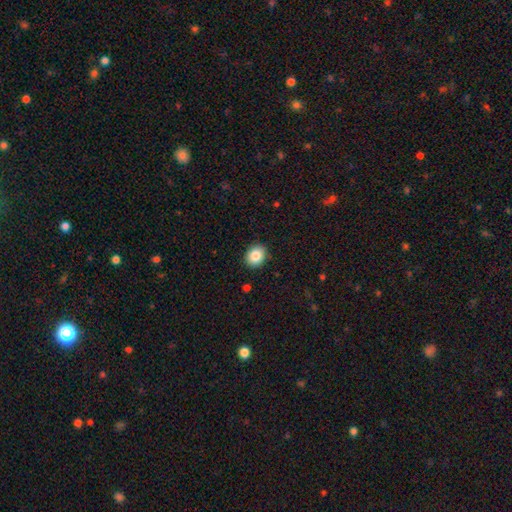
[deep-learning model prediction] Smooth or featured: smooth — 85% (star or artifact — 9%)
How rounded: round — 52% (in between — 47%)
Merging: none — 90% (minor disturbance — 7%)